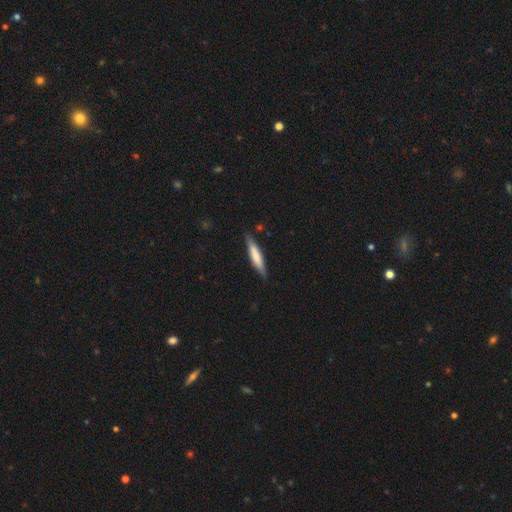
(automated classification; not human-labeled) Q: Smooth or featured?
A: smooth (67%); runner-up: featured or disk (27%)
Q: How rounded?
A: cigar-shaped (86%); runner-up: in between (13%)
Q: Merging?
A: none (85%); runner-up: minor disturbance (12%)